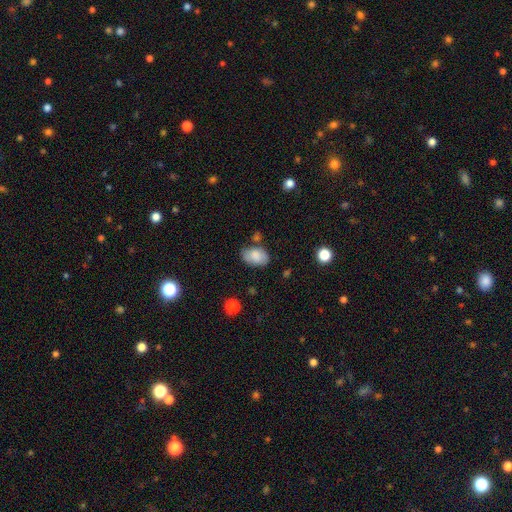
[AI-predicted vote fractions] Overall: smooth (79%). How rounded: in between (89%). Merging: none (67%).